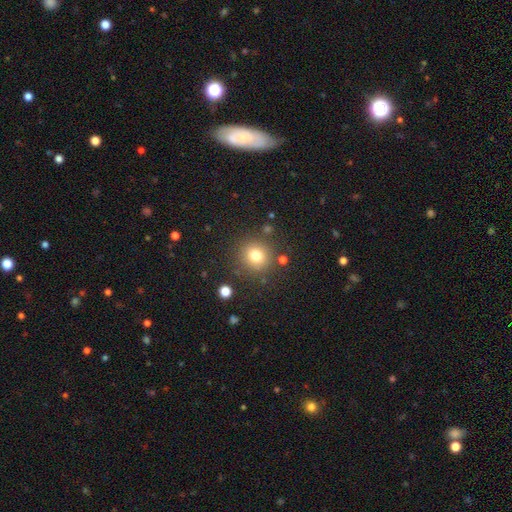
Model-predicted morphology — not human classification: smooth 77%, star or artifact 14%, featured or disk 9%. Down the decision tree: how rounded — round (92%); merging — none (85%).